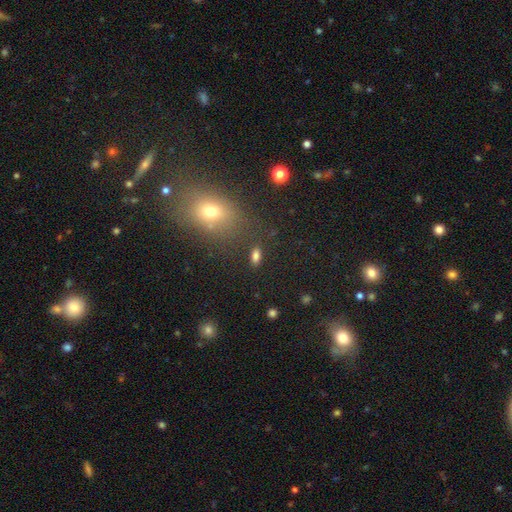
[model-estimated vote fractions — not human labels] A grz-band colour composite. It shows a smooth galaxy with no disk features (80%) that is in between round and cigar-shaped (87%). Merging: none (83%).